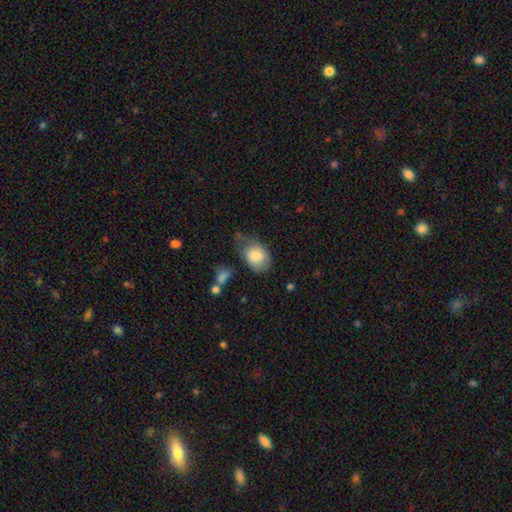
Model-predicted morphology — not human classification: type=smooth (81%); roundness=in between (74%); merging=none (43%).